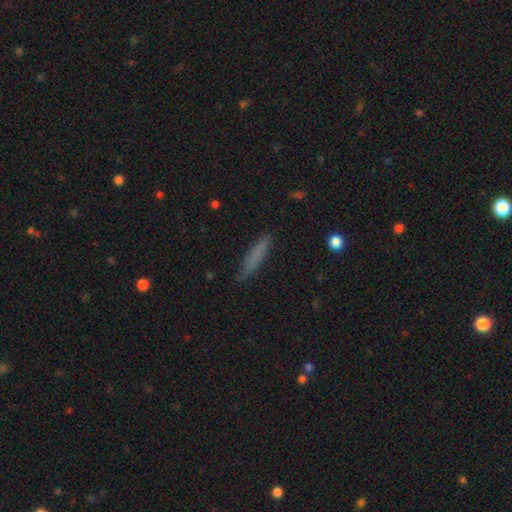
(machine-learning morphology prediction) Smooth or featured?
  - smooth: 75% *
  - featured or disk: 17%
  - star or artifact: 8%
How rounded?
  - cigar-shaped: 90% *
  - in between: 9%
  - round: 1%
Merging?
  - none: 85% *
  - minor disturbance: 11%
  - major disturbance: 2%
  - merger: 1%